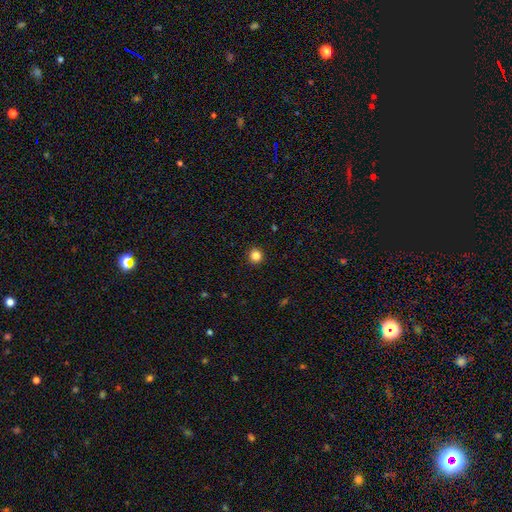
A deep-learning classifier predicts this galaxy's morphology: Smooth or featured: smooth — 85% (star or artifact — 12%)
How rounded: round — 95% (in between — 4%)
Merging: none — 93% (minor disturbance — 5%)